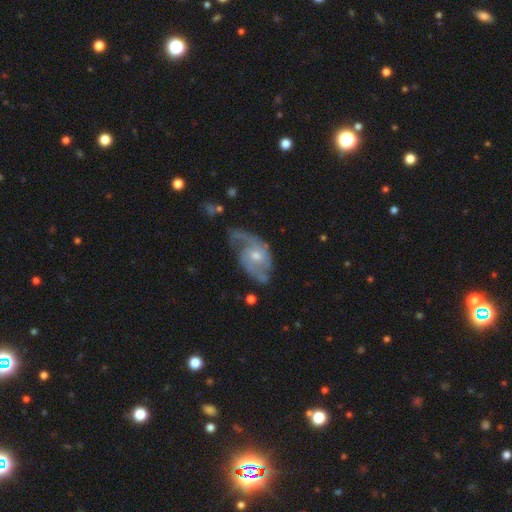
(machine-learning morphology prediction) type=featured or disk (81%); edge-on=no (96%); bar=no (65%); spiral arms=yes (91%); winding=medium (44%); arm count=2 (66%); bulge=moderate (50%); merging=none (50%).